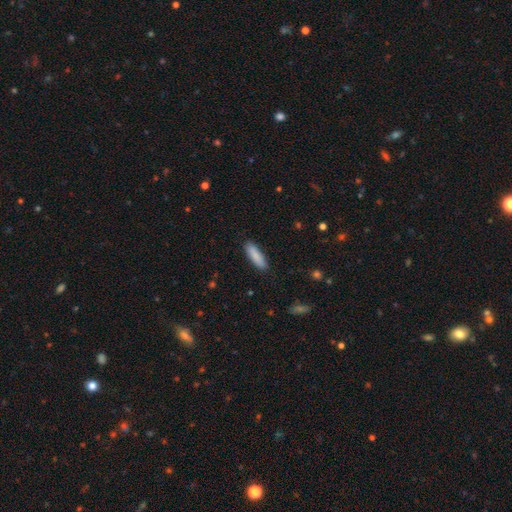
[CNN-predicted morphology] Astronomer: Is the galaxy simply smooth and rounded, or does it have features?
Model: smooth — 88%.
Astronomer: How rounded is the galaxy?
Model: cigar-shaped — 64%.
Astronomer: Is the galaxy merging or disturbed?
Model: none — 88%.